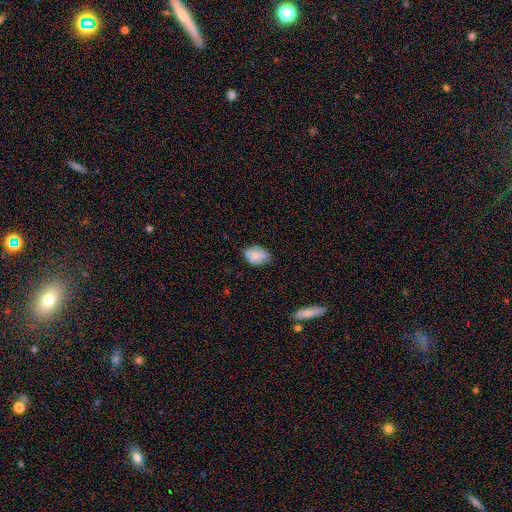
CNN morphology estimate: smooth 77%, featured or disk 15%, star or artifact 8%. Down the decision tree: how rounded — in between (83%); merging — none (66%).